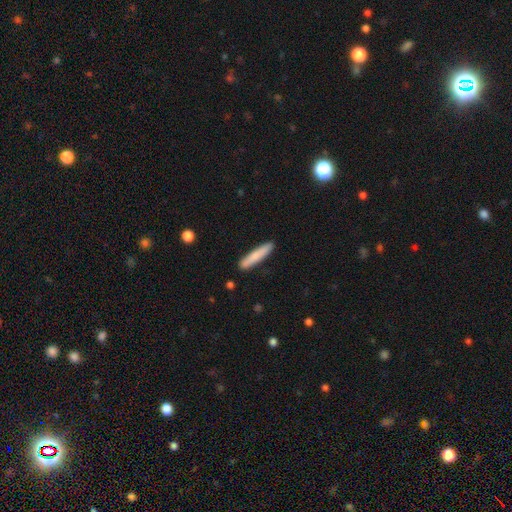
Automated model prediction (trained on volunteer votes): Smooth or featured: smooth — 79% (featured or disk — 15%)
How rounded: cigar-shaped — 90% (in between — 8%)
Merging: none — 89% (minor disturbance — 8%)